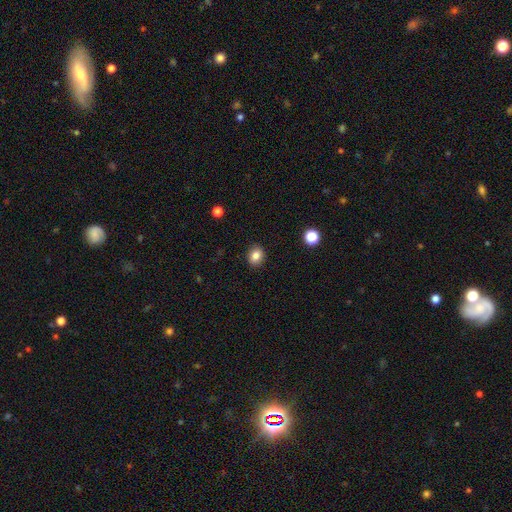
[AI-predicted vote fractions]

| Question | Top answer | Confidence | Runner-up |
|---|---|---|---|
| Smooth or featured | smooth | 84% | star or artifact (11%) |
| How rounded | round | 59% | in between (40%) |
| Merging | none | 90% | minor disturbance (7%) |